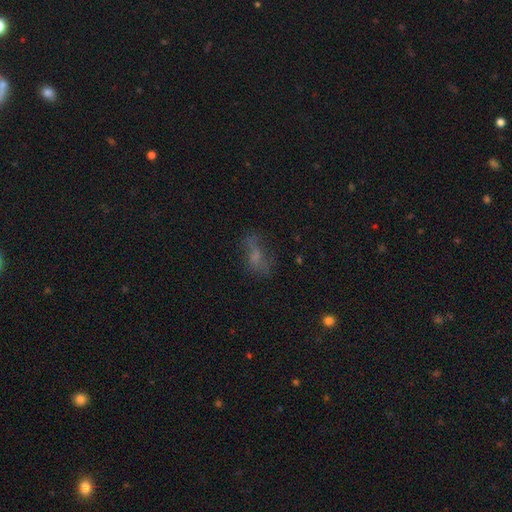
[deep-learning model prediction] Smooth or featured? smooth (44%)
Merging? none (48%)